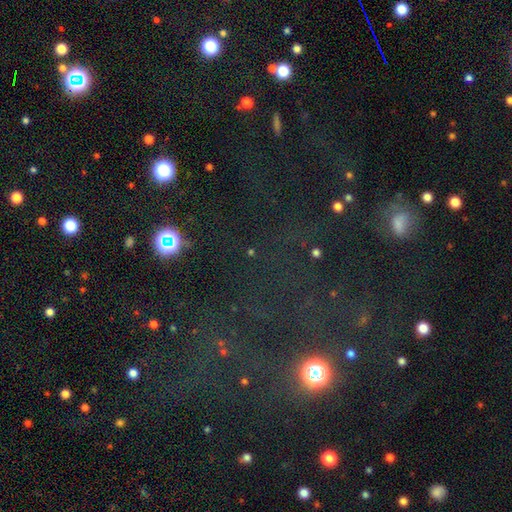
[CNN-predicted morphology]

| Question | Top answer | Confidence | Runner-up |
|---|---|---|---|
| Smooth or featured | star or artifact | 65% | smooth (25%) |